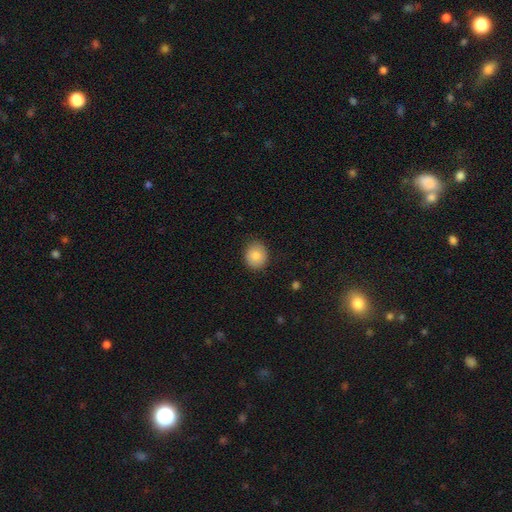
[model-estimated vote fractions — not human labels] Overall: smooth (83%). How rounded: round (69%; in between 30%). Merging: none (87%).